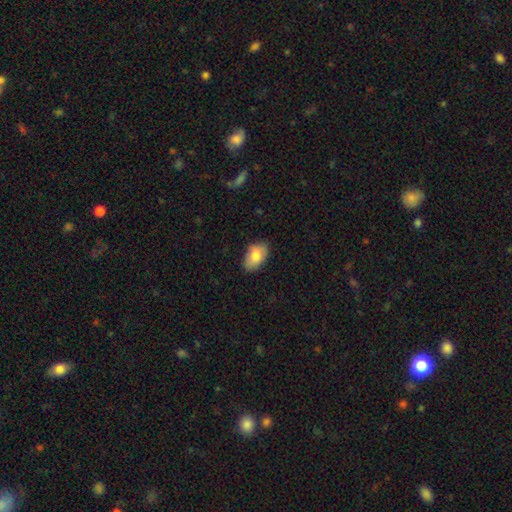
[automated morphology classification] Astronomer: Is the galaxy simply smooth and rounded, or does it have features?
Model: smooth — 80%.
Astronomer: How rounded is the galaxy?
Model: in between — 92%.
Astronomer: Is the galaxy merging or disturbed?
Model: none — 80%.